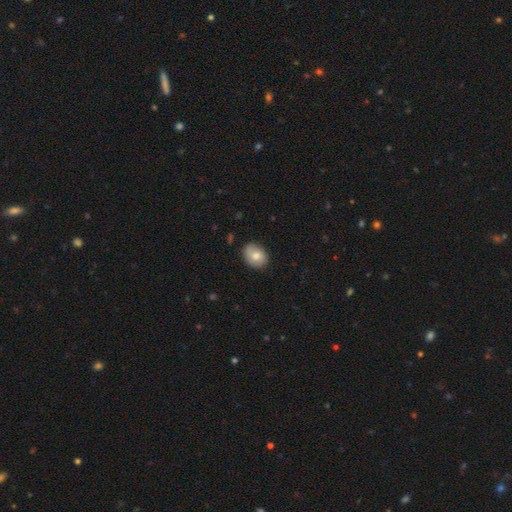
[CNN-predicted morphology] This is likely a smooth galaxy (78%). How rounded: possibly in between (56%). Merging: clearly none (81%).